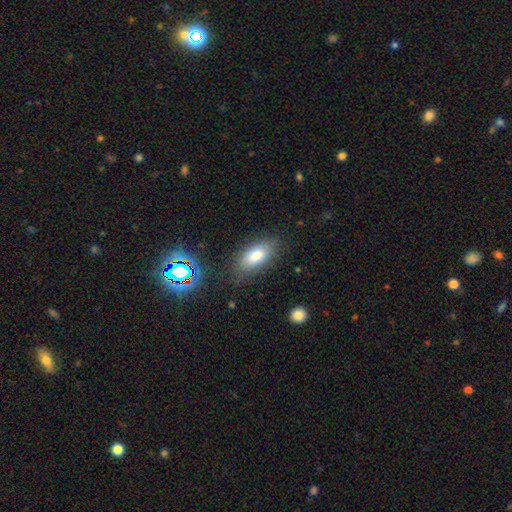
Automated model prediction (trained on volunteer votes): smooth-or-featured: smooth: 81% | featured or disk: 10% | star or artifact: 9%
  how-rounded: in between: 89% | cigar-shaped: 8% | round: 3%
  merging: none: 80% | minor disturbance: 14% | major disturbance: 5% | merger: 2%